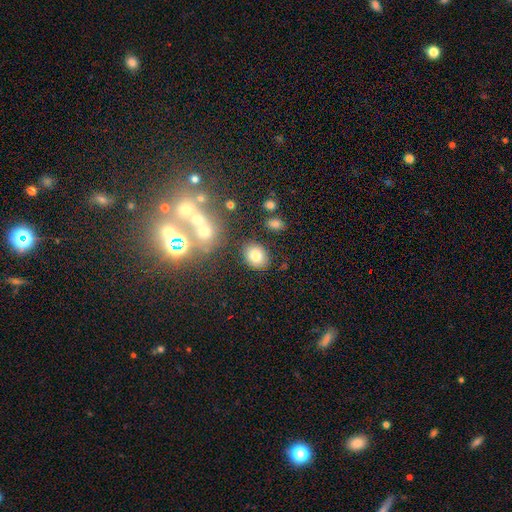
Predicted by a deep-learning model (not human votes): Overall: smooth (80%). How rounded: in between (56%; round 43%). Merging: none (82%).